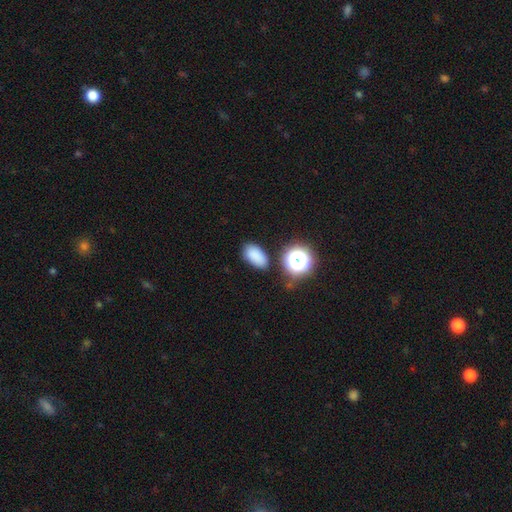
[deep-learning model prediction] This is clearly a smooth galaxy (83%). How rounded: clearly in between (88%). Merging: clearly none (81%).